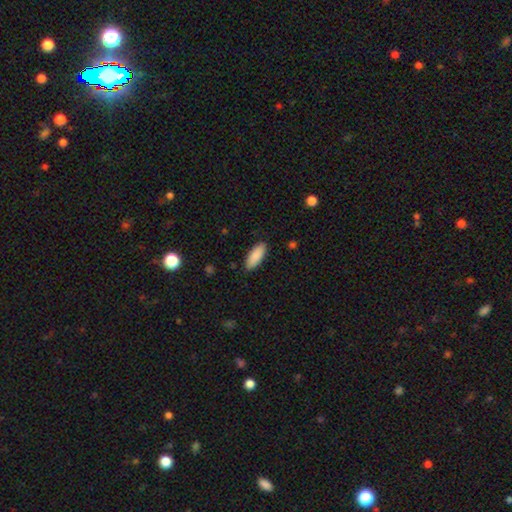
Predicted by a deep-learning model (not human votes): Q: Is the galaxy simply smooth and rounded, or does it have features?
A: smooth — 89%.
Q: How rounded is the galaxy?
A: in between — 76%.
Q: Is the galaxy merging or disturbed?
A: none — 88%.